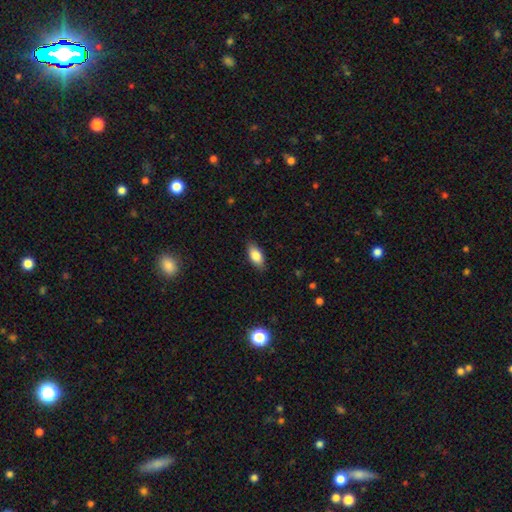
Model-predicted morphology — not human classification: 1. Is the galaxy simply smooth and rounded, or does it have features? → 84% smooth, 10% featured or disk, 7% star or artifact.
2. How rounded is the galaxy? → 89% in between, 8% cigar-shaped, 3% round.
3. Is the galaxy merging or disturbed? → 86% none, 11% minor disturbance, 2% major disturbance, 1% merger.